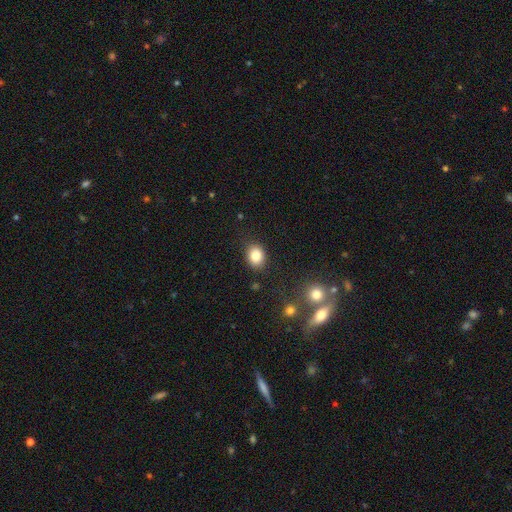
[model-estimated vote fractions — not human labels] smooth_or_featured: smooth (p=0.83) [alt: star or artifact p=0.10]
how_rounded: in between (p=0.53) [alt: round p=0.46]
merging: none (p=0.86) [alt: minor disturbance p=0.09]